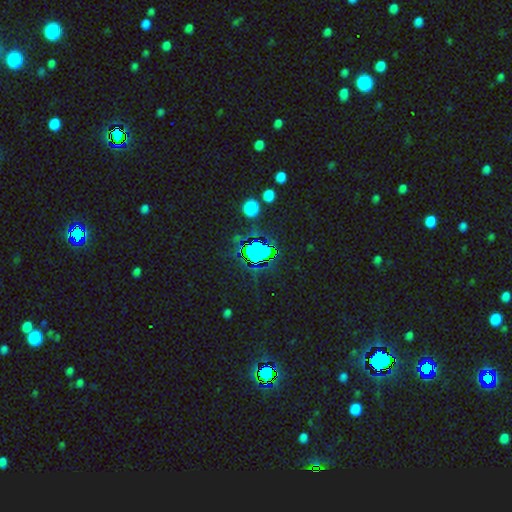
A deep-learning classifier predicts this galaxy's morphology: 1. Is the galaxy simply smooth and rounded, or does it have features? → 69% star or artifact, 21% smooth, 9% featured or disk.